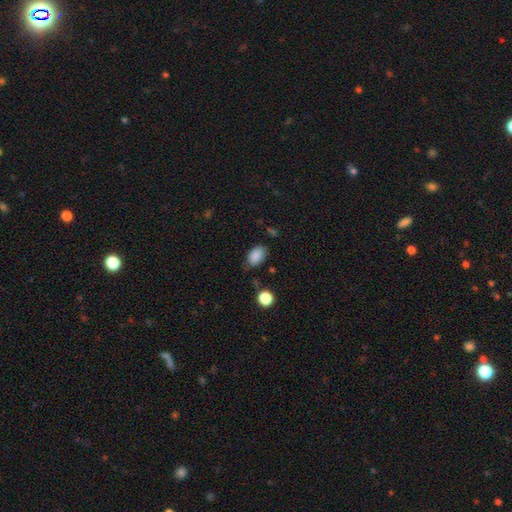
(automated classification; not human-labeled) A smooth galaxy with no disk features (87%) that is in between round and cigar-shaped (88%). Merging: none (71%).